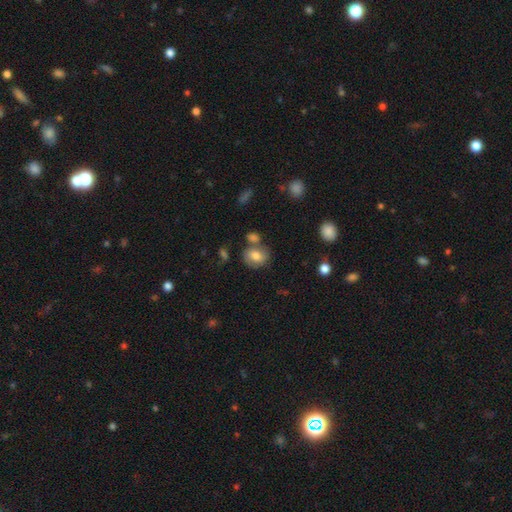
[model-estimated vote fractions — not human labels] This is likely a smooth galaxy (72%). How rounded: possibly round (56%). Merging: possibly none (58%).